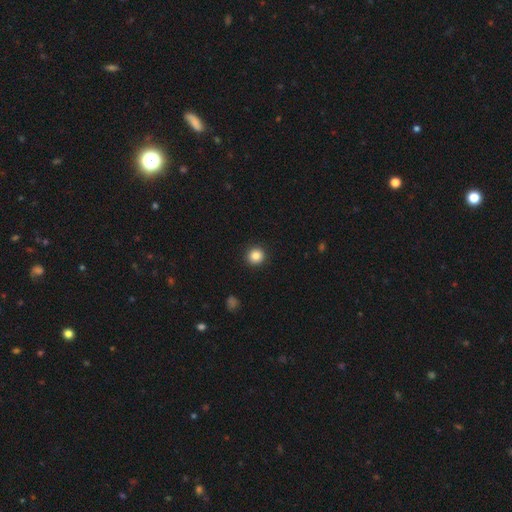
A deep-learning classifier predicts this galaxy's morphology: This appears to be a smooth galaxy with no disk features (85%) that is round (94%). Merging: none (92%).